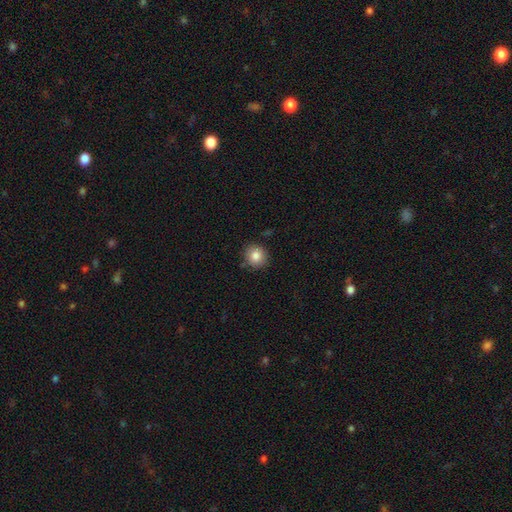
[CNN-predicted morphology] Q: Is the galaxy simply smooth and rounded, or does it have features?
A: smooth — 84%.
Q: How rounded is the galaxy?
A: round — 85%.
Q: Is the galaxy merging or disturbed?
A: none — 84%.